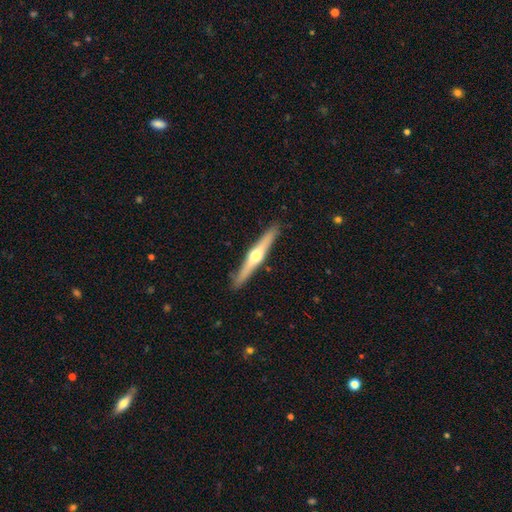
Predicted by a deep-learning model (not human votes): Smooth or featured? featured or disk (66%)
Edge-on disk? yes (97%)
Edge-on bulge? rounded (92%)
Merging? none (89%)